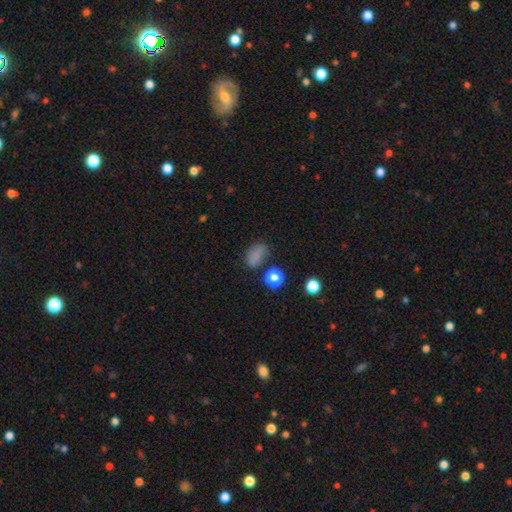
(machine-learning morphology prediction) Overall: smooth (73%). How rounded: in between (79%). Merging: none (59%; minor disturbance 24%).